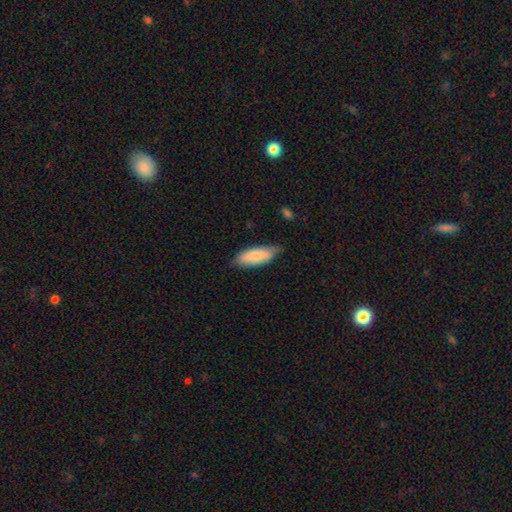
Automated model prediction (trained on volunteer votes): Smooth or featured? smooth (80%)
How rounded? in between (74%)
Merging? none (64%)